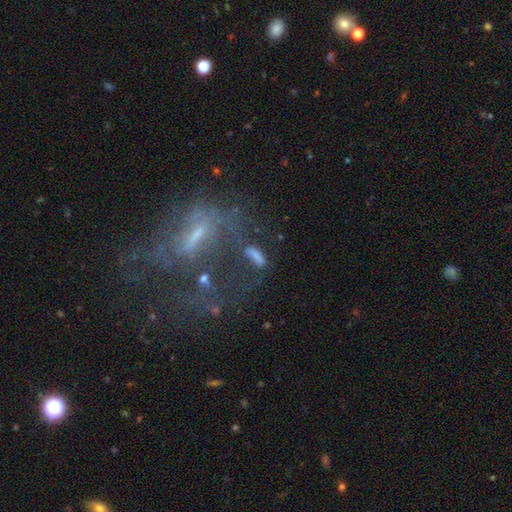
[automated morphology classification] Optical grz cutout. It shows a smooth galaxy with no disk features (67%) that is cigar-shaped (58%). Merging: none (58%).